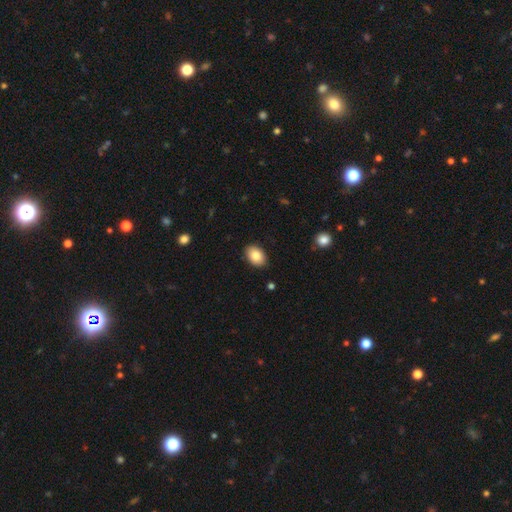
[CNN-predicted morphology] The model was most divided on "how rounded": in between: 85%, round: 14%, cigar-shaped: 1%. More confident: merging — none (89%); smooth or featured — smooth (84%).